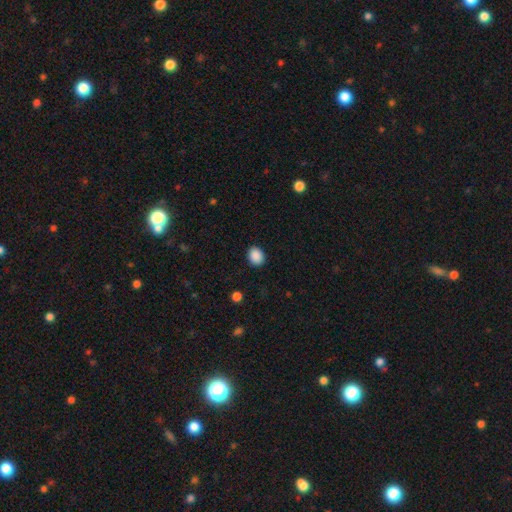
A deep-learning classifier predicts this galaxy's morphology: A smooth galaxy with no disk features (89%) that is round (56%). Merging: none (89%).